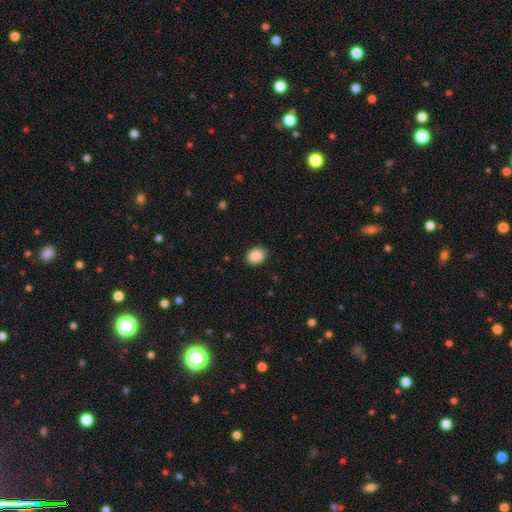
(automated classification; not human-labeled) The model was most divided on "how rounded": in between: 66%, round: 33%, cigar-shaped: 1%. More confident: smooth or featured — smooth (88%); merging — none (87%).